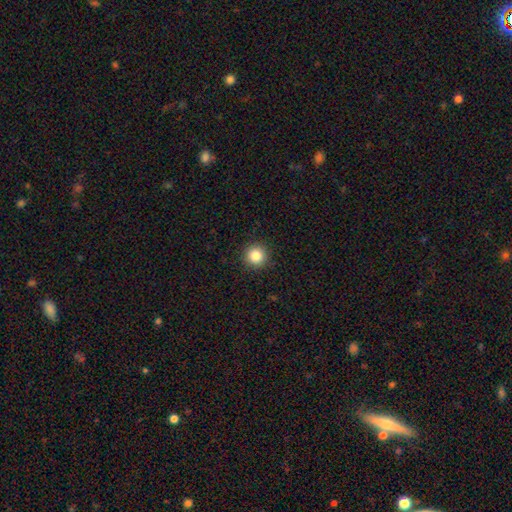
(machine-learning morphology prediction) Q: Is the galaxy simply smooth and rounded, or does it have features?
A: smooth — 85%.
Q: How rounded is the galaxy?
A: round — 95%.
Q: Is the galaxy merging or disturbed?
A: none — 92%.